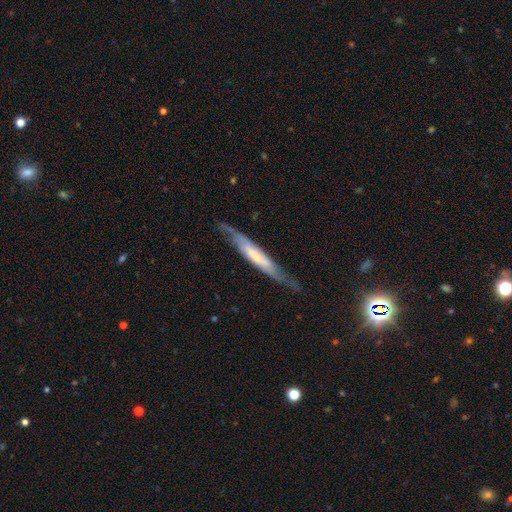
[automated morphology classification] smooth-or-featured: featured or disk: 63% | smooth: 32% | star or artifact: 6%
  disk-edge-on: yes: 69% | no: 31%
  merging: none: 71% | minor disturbance: 21% | major disturbance: 7% | merger: 2%